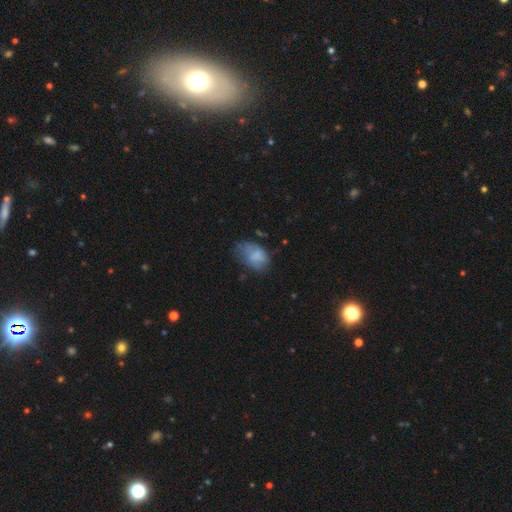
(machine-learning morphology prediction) type=smooth (71%); roundness=in between (85%); merging=none (42%).